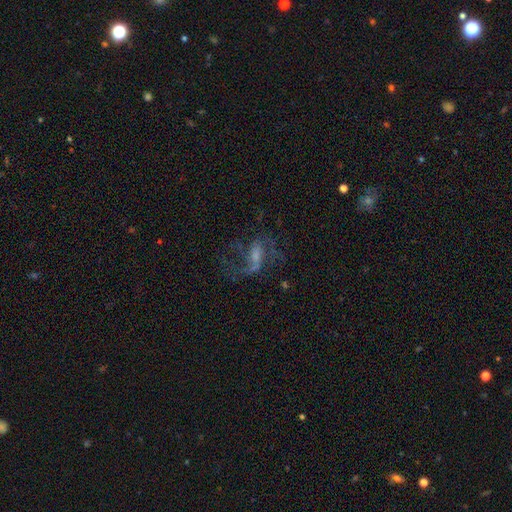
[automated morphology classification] This is likely a featured or disk galaxy (71%). It is clearly not viewed edge-on (95%). Bar: possibly weak (47%). Spiral arm pattern: clearly yes (84%). Spiral arm count: likely 2 (61%). Spiral winding: likely loose (68%). Central bulge: marginally small (42%). Merging: possibly none (49%).